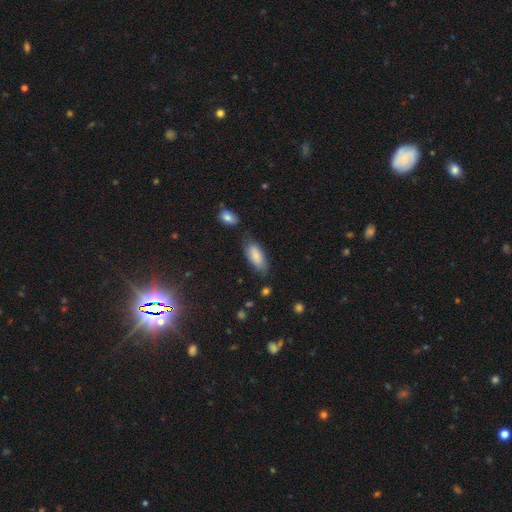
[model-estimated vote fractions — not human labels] smooth 83%, featured or disk 11%, star or artifact 6%. Down the decision tree: how rounded — in between (82%); merging — none (67%).